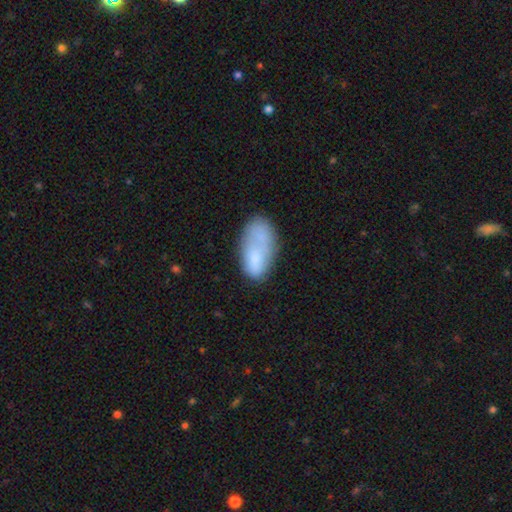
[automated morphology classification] smooth 69%, featured or disk 22%, star or artifact 9%. Down the decision tree: how rounded — in between (91%); merging — none (43%).